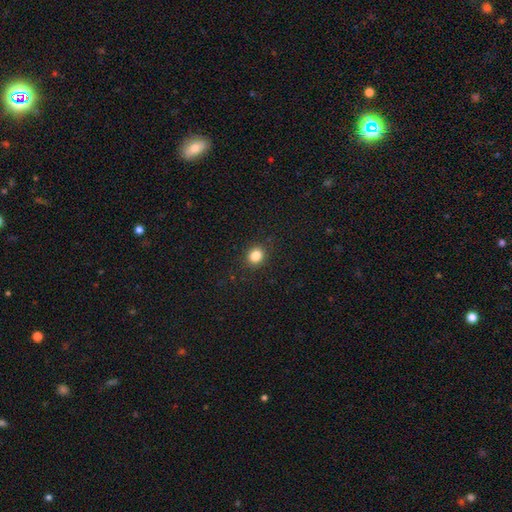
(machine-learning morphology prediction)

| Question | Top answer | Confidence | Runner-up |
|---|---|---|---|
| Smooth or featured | smooth | 85% | star or artifact (11%) |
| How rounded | round | 73% | in between (26%) |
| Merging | none | 90% | minor disturbance (7%) |